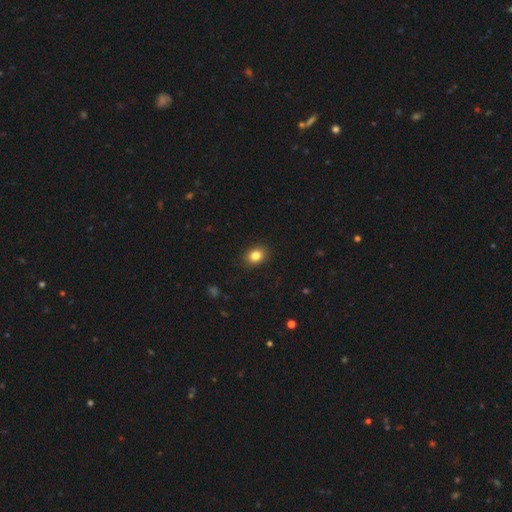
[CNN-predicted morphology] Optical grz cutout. It shows a smooth galaxy with no disk features (83%) that is in between round and cigar-shaped (58%). Merging: none (89%).